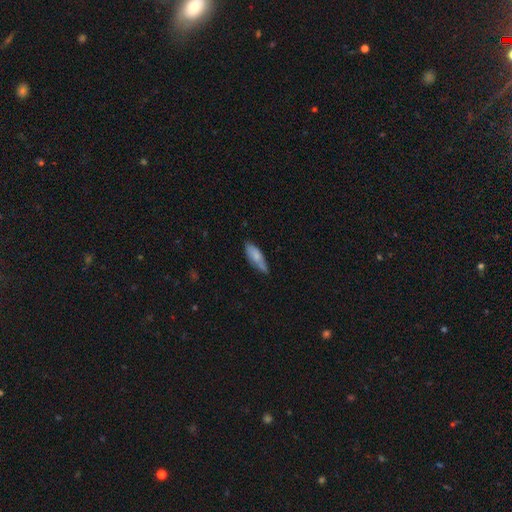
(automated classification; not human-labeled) Smooth or featured?
  - smooth: 77% *
  - featured or disk: 17%
  - star or artifact: 6%
How rounded?
  - in between: 58% *
  - cigar-shaped: 40%
  - round: 2%
Merging?
  - none: 65% *
  - minor disturbance: 29%
  - major disturbance: 4%
  - merger: 2%